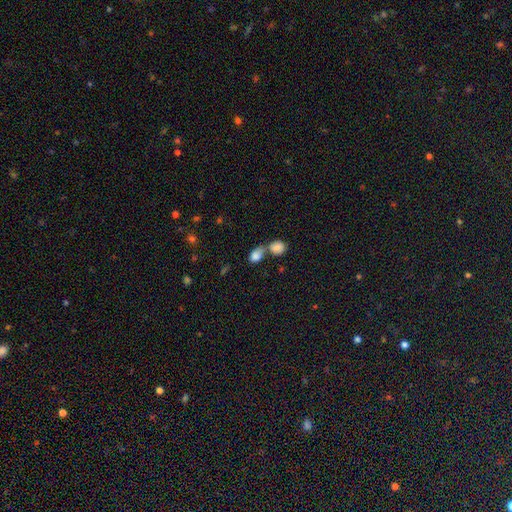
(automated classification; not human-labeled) Smooth or featured: smooth — 83% (star or artifact — 9%)
How rounded: in between — 76% (round — 22%)
Merging: merger — 61% (none — 25%)